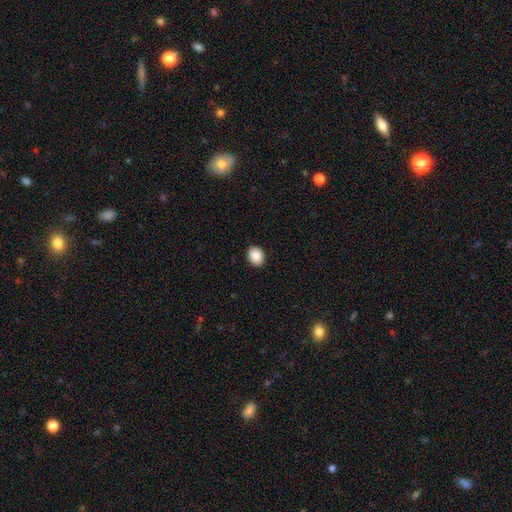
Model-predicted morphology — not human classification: The model was most divided on "how rounded": in between: 54%, round: 45%, cigar-shaped: 1%. More confident: merging — none (91%); smooth or featured — smooth (89%).